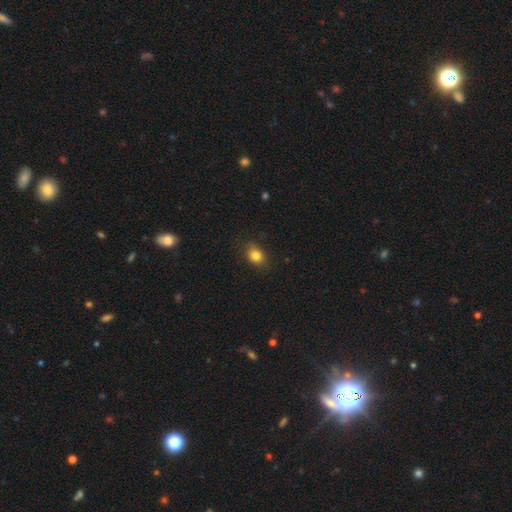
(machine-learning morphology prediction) A smooth galaxy with no disk features (83%) that is in between round and cigar-shaped (56%). Merging: none (79%).